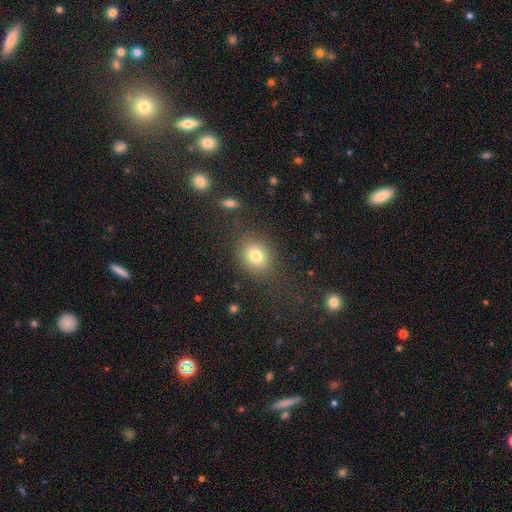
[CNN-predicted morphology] smooth 80%, star or artifact 11%, featured or disk 9%. Down the decision tree: how rounded — round (56%); merging — none (82%).